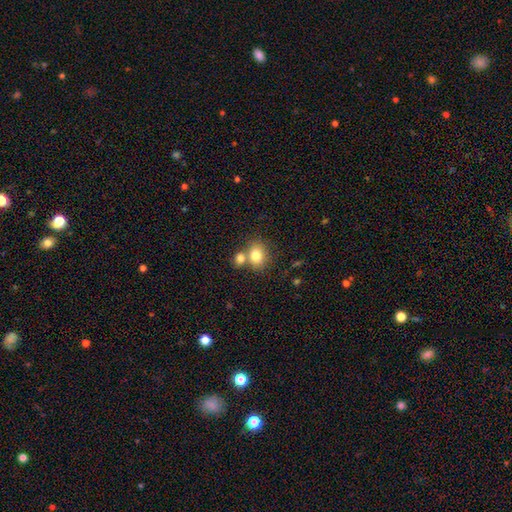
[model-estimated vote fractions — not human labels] Smooth or featured?
  - smooth: 80% *
  - featured or disk: 10%
  - star or artifact: 10%
How rounded?
  - round: 55% *
  - in between: 44%
  - cigar-shaped: 1%
Merging?
  - none: 50% *
  - merger: 37%
  - minor disturbance: 10%
  - major disturbance: 3%